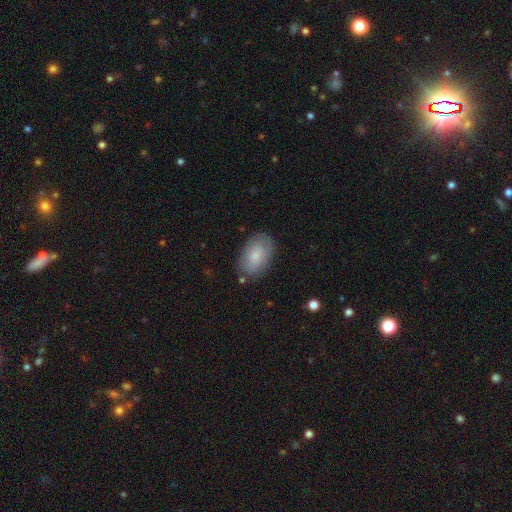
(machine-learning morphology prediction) The model was most divided on "smooth or featured": smooth: 75%, featured or disk: 18%, star or artifact: 6%. More confident: how rounded — in between (91%); merging — none (78%).